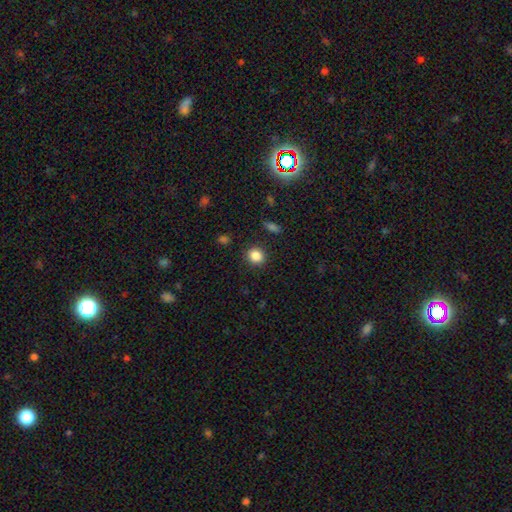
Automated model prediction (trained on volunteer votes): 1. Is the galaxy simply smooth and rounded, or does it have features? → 86% smooth, 10% star or artifact, 4% featured or disk.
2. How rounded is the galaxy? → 78% round, 21% in between, 1% cigar-shaped.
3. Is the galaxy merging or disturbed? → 89% none, 7% minor disturbance, 3% major disturbance, 1% merger.